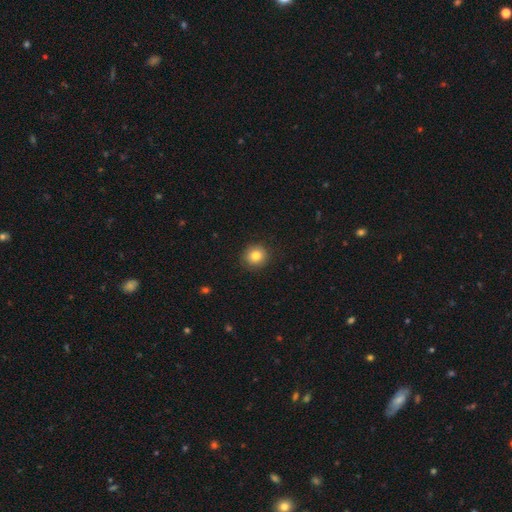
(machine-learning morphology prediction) The model was most divided on "smooth or featured": smooth: 82%, star or artifact: 10%, featured or disk: 8%. More confident: merging — none (90%); how rounded — round (90%).